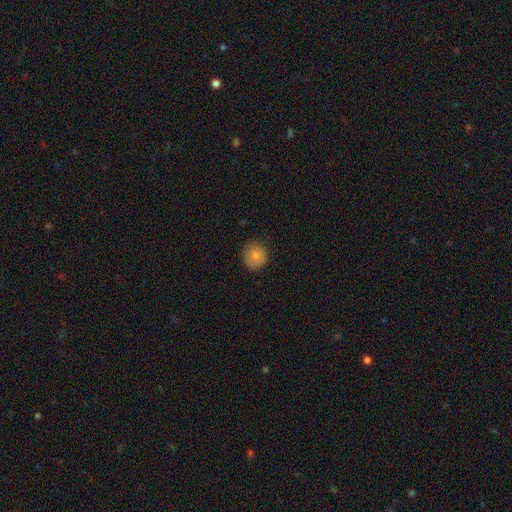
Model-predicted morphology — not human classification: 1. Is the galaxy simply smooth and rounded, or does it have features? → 81% smooth, 10% featured or disk, 8% star or artifact.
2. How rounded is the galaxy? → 90% round, 9% in between, 1% cigar-shaped.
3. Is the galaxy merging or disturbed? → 82% none, 15% minor disturbance, 3% major disturbance, 1% merger.